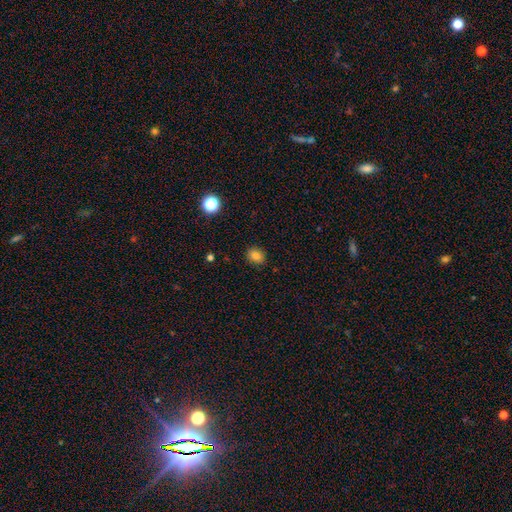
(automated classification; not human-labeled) This appears to be a smooth galaxy with no disk features (82%) that is in between round and cigar-shaped (51%). Merging: none (88%).